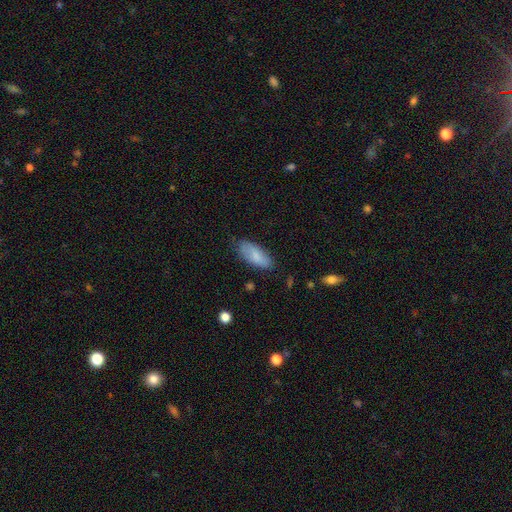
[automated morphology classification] Q: Smooth or featured?
A: smooth (80%); runner-up: featured or disk (15%)
Q: How rounded?
A: in between (81%); runner-up: cigar-shaped (17%)
Q: Merging?
A: none (77%); runner-up: minor disturbance (18%)